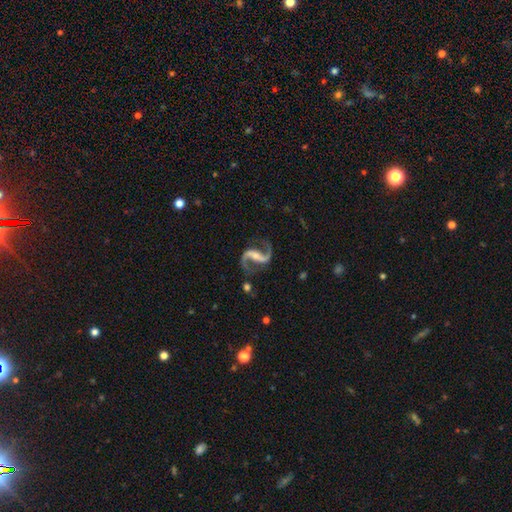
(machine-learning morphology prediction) A featured or disk galaxy (93%) with a strong bar (53%), 2 (94%) loose (55%) spiral arms (98%) and a small central bulge (53%).

Vote fractions:
- Smooth or featured? featured or disk: 93% / star or artifact: 4% / smooth: 3%
- Edge-on disk? no: 98% / yes: 2%
- Bar? strong: 53% / weak: 29% / no: 18%
- Spiral arms? yes: 98% / no: 2%
- Spiral winding? loose: 55% / medium: 38% / tight: 7%
- Spiral arm count? 2: 94% / 1: 2% / can't tell: 1% / 3: 1% / 4: 1% / more than 4: 1%
- Bulge size? small: 53% / moderate: 39% / none: 4% / large: 3% / dominant: 1%
- Merging? none: 79% / minor disturbance: 12% / major disturbance: 7% / merger: 3%